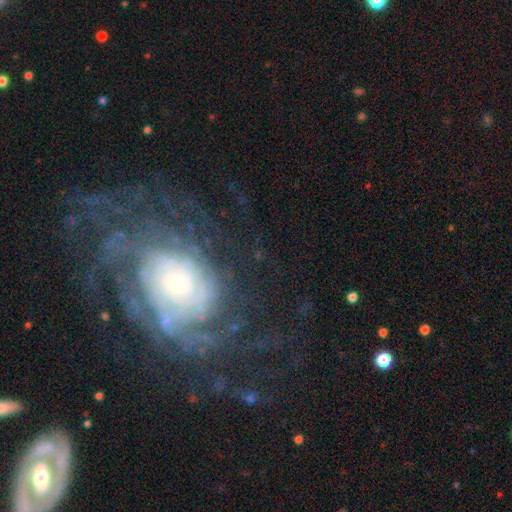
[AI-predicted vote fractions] This appears to be a featured or disk galaxy (81%) with no bar (79%), tight (61%) spiral arms (93%) and a small central bulge (54%). Merging: none (66%).